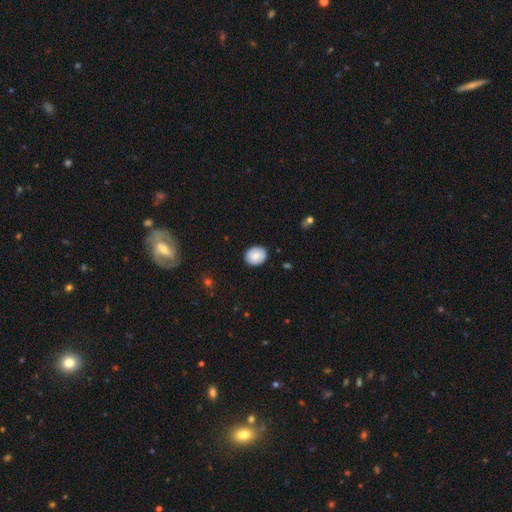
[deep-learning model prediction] Smooth or featured? smooth (87%)
How rounded? round (59%)
Merging? none (89%)